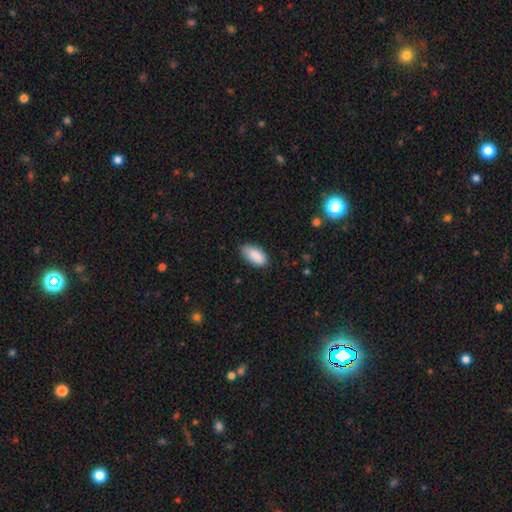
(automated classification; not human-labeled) Smooth or featured?
  - smooth: 88% *
  - star or artifact: 6%
  - featured or disk: 6%
How rounded?
  - in between: 93% *
  - cigar-shaped: 5%
  - round: 2%
Merging?
  - none: 77% *
  - minor disturbance: 19%
  - major disturbance: 3%
  - merger: 1%